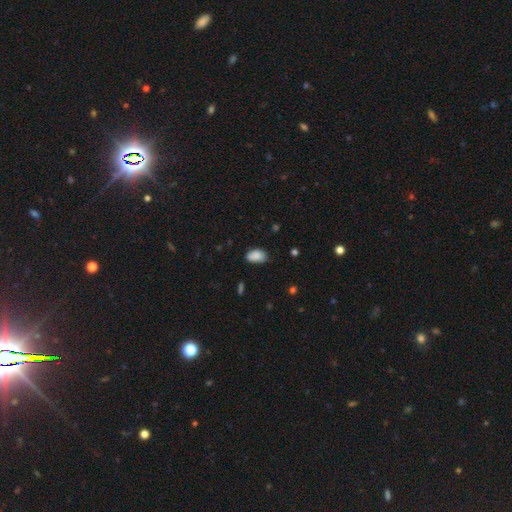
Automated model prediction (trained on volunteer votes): Smooth or featured?
  - smooth: 88% *
  - star or artifact: 8%
  - featured or disk: 4%
How rounded?
  - in between: 90% *
  - round: 8%
  - cigar-shaped: 1%
Merging?
  - none: 68% *
  - minor disturbance: 26%
  - major disturbance: 4%
  - merger: 1%